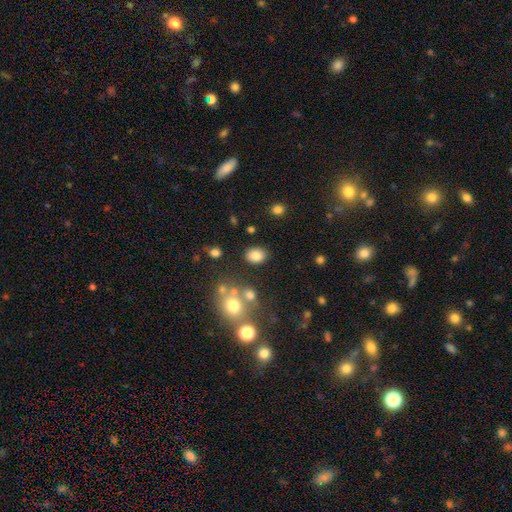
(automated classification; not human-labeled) Q: Smooth or featured?
A: smooth (81%); runner-up: star or artifact (11%)
Q: How rounded?
A: in between (69%); runner-up: round (30%)
Q: Merging?
A: none (81%); runner-up: minor disturbance (11%)